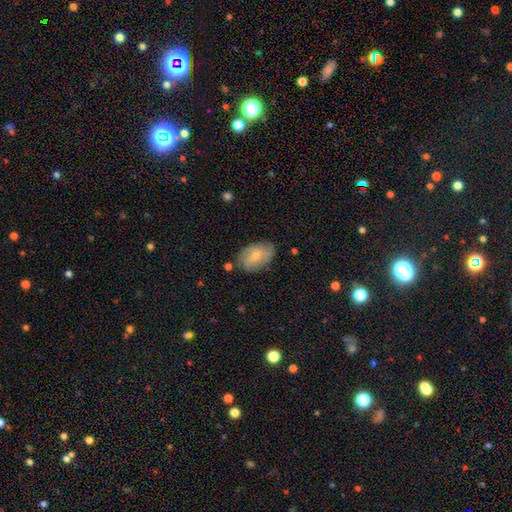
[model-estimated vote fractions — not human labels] A smooth galaxy with no disk features (56%) that is in between round and cigar-shaped (88%).

Vote fractions:
- Smooth or featured? smooth: 56% / featured or disk: 37% / star or artifact: 7%
- How rounded? in between: 88% / round: 10% / cigar-shaped: 2%
- Merging? none: 74% / minor disturbance: 19% / major disturbance: 5% / merger: 2%